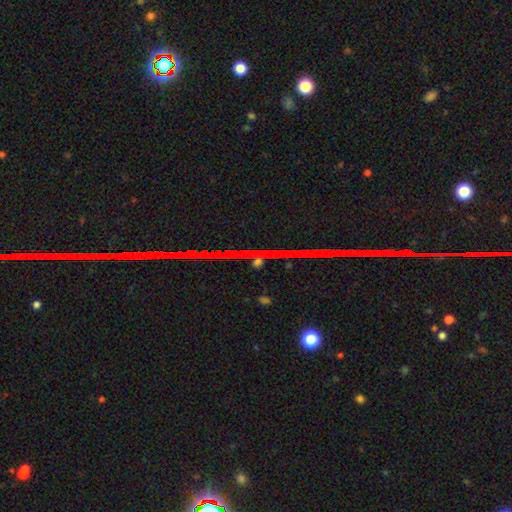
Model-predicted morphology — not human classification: Q: Smooth or featured?
A: star or artifact (83%); runner-up: featured or disk (10%)